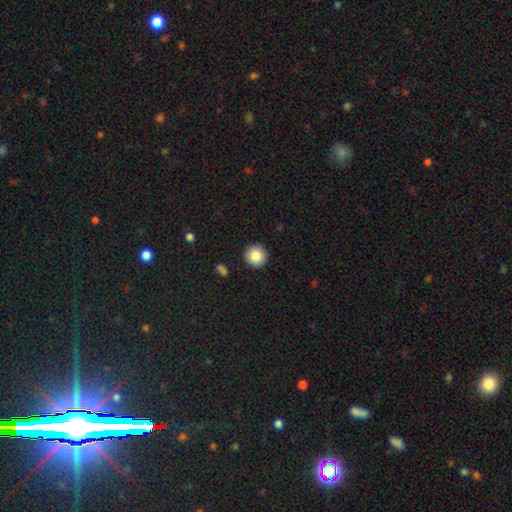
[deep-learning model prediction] smooth_or_featured: smooth (p=0.85) [alt: star or artifact p=0.09]
how_rounded: round (p=0.96) [alt: in between p=0.03]
merging: none (p=0.93) [alt: minor disturbance p=0.05]